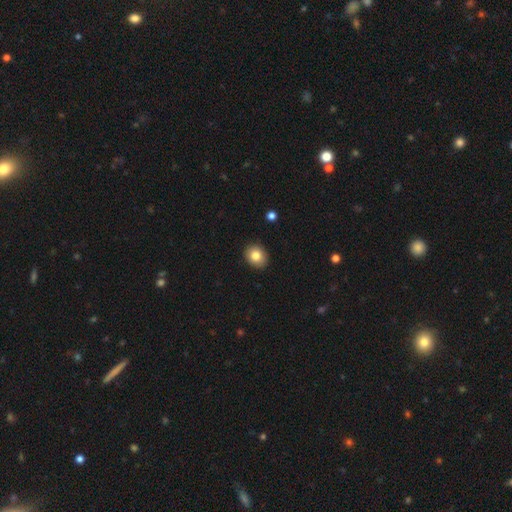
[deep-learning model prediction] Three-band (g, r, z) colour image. It shows a smooth galaxy with no disk features (83%) that is round (58%). Merging: none (89%).